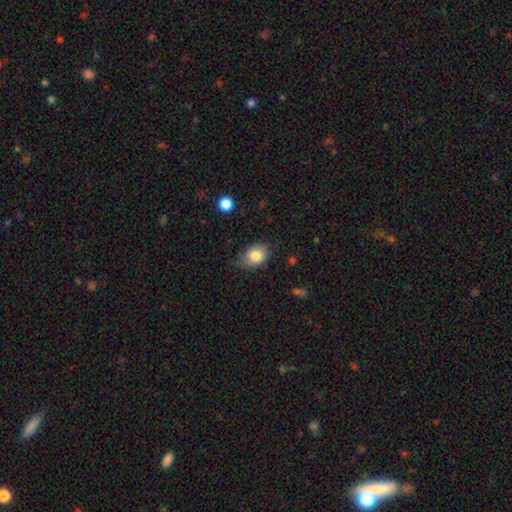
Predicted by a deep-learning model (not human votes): This is clearly a smooth galaxy (82%). How rounded: likely in between (69%). Merging: likely none (63%).